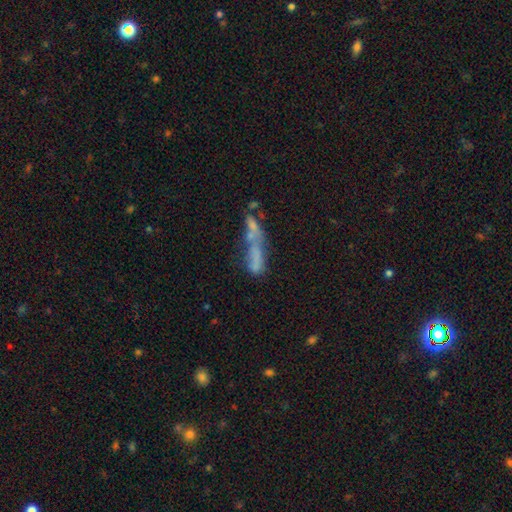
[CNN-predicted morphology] This appears to be a smooth galaxy with no disk features (47%). Merging: merger (38%).